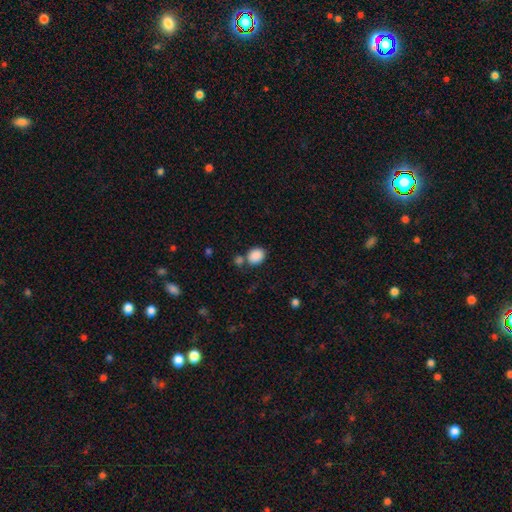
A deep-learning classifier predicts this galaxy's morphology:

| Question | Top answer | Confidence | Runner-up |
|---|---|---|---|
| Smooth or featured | smooth | 87% | star or artifact (9%) |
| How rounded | round | 50% | in between (49%) |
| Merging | none | 66% | merger (18%) |